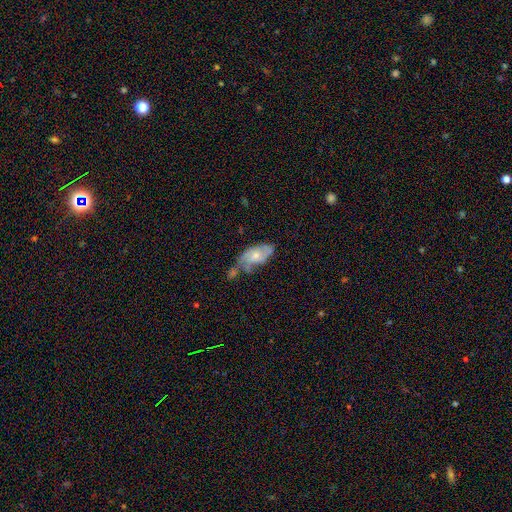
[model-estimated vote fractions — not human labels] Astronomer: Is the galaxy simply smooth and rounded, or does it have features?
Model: featured or disk — 50% (runner-up: smooth, 43%).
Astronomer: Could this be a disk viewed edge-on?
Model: no — 93%.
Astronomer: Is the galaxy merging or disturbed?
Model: none — 30% (runner-up: minor disturbance, 29%).